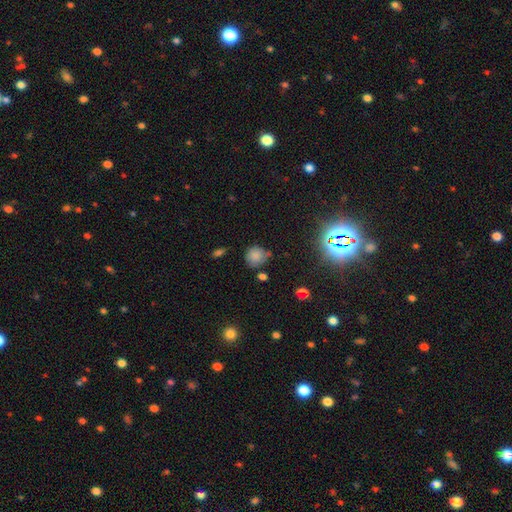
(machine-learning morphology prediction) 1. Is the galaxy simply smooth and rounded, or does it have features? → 78% smooth, 14% star or artifact, 8% featured or disk.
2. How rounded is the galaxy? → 82% round, 17% in between, 1% cigar-shaped.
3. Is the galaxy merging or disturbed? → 60% none, 27% minor disturbance, 7% merger, 6% major disturbance.